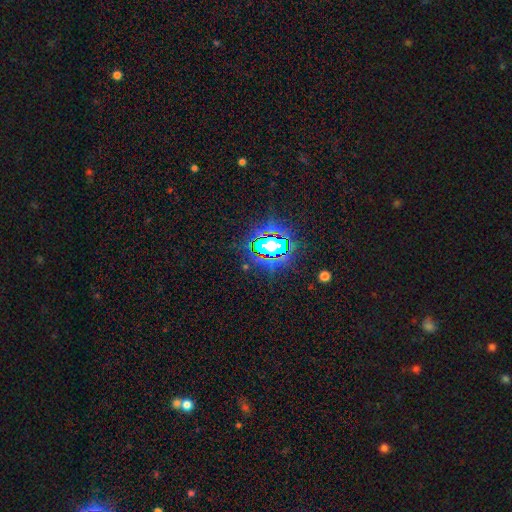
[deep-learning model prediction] smooth_or_featured: star or artifact (p=0.81) [alt: smooth p=0.11]